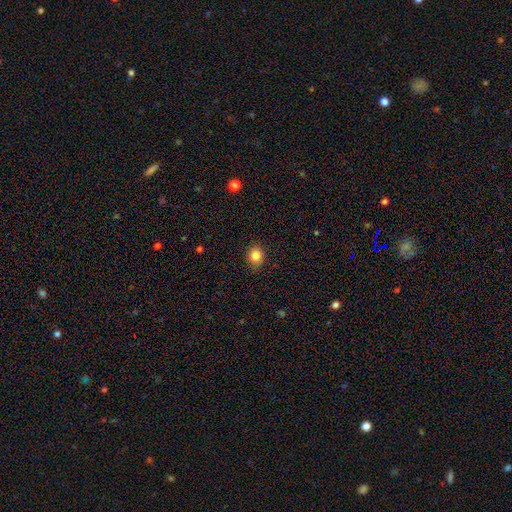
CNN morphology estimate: smooth-or-featured: smooth: 84% | star or artifact: 10% | featured or disk: 5%
  how-rounded: round: 66% | in between: 33% | cigar-shaped: 1%
  merging: none: 86% | minor disturbance: 10% | major disturbance: 2% | merger: 1%